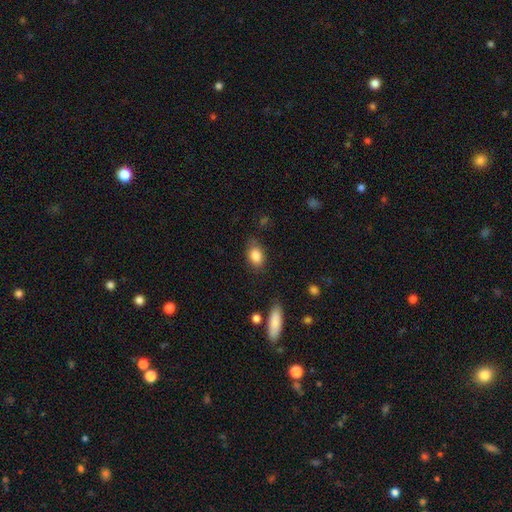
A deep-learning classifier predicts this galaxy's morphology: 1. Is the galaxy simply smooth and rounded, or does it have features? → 85% smooth, 8% star or artifact, 7% featured or disk.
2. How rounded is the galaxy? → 79% in between, 20% round, 2% cigar-shaped.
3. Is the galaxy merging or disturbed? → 74% none, 18% minor disturbance, 5% major disturbance, 2% merger.